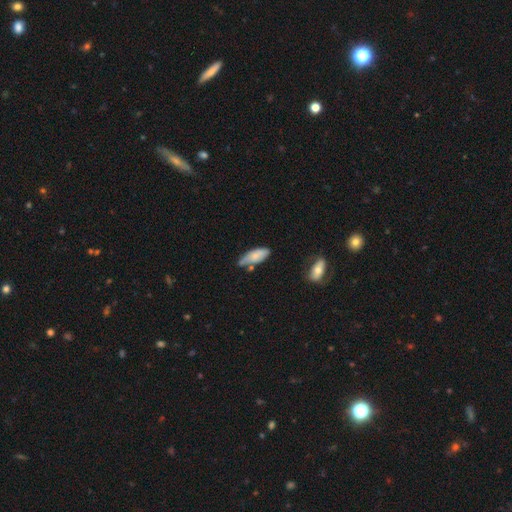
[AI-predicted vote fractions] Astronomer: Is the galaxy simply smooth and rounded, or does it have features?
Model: smooth — 70%.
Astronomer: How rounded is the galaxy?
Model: in between — 79%.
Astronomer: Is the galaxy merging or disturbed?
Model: none — 49% (runner-up: minor disturbance, 35%).